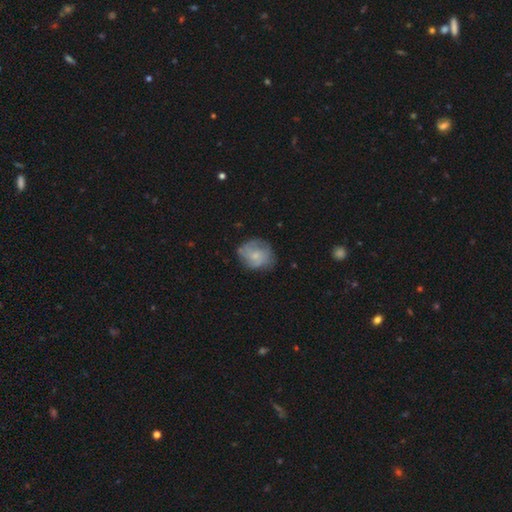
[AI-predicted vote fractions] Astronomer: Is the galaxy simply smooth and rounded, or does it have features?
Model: featured or disk — 49% (runner-up: smooth, 44%).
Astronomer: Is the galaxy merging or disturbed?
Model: none — 66%.